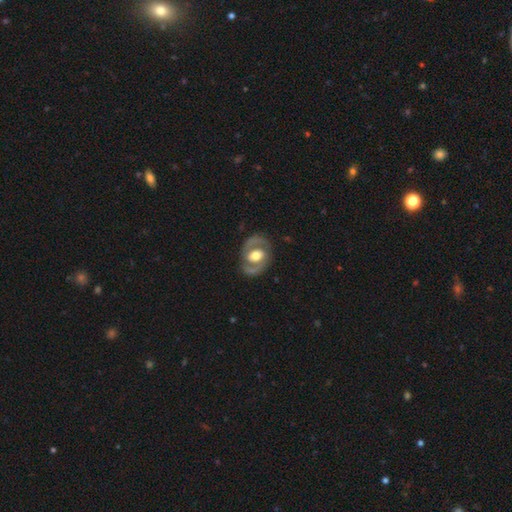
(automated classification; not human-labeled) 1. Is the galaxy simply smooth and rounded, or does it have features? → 75% featured or disk, 20% smooth, 5% star or artifact.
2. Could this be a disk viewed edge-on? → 96% no, 4% yes.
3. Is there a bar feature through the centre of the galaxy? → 49% no, 34% weak, 18% strong.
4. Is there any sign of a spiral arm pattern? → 77% yes, 23% no.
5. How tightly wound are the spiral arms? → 51% medium, 30% tight, 19% loose.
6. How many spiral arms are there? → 88% 2, 5% can't tell, 4% 1, 1% 3, 1% 4, 1% more than 4.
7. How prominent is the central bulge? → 58% moderate, 31% large, 7% small, 2% dominant, 1% none.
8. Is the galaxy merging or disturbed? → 79% none, 13% minor disturbance, 6% major disturbance, 1% merger.